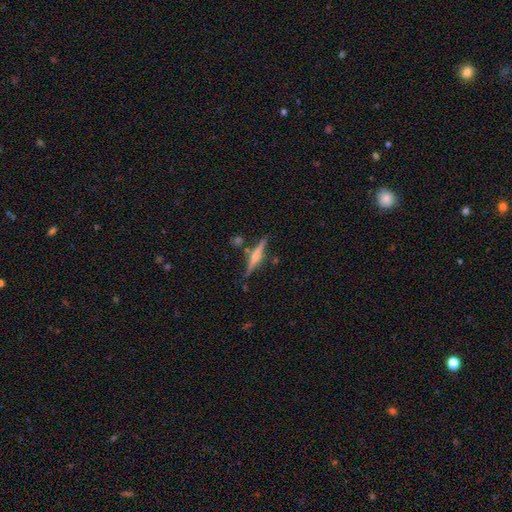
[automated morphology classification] smooth-or-featured: featured or disk: 65% | smooth: 29% | star or artifact: 7%
  disk-edge-on: yes: 97% | no: 3%
    edge-on-bulge: rounded: 68% | boxy: 16% | none: 16%
  merging: none: 79% | minor disturbance: 12% | merger: 6% | major disturbance: 3%